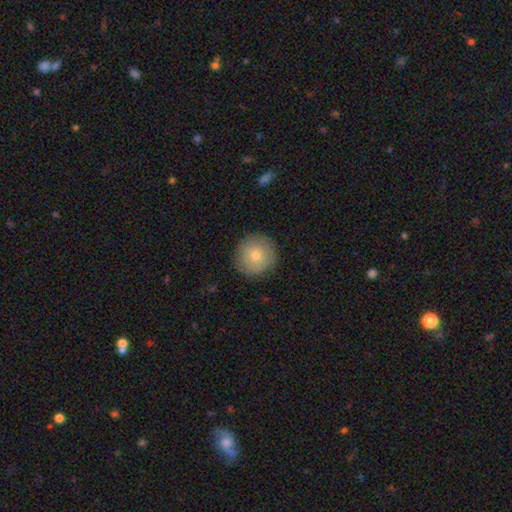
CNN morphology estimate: Smooth or featured?
  - smooth: 77% *
  - featured or disk: 15%
  - star or artifact: 8%
How rounded?
  - round: 95% *
  - in between: 4%
  - cigar-shaped: 1%
Merging?
  - none: 90% *
  - minor disturbance: 7%
  - major disturbance: 2%
  - merger: 1%